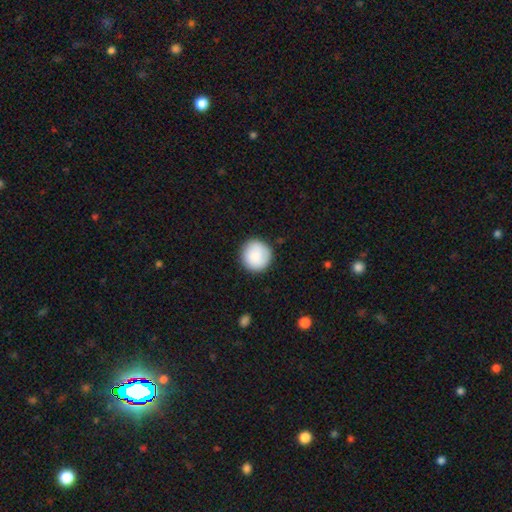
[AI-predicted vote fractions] A smooth galaxy with no disk features (87%) that is round (95%). Merging: none (88%).